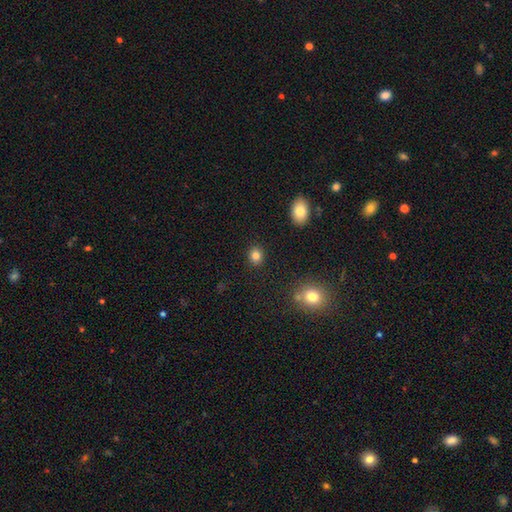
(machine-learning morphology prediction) Smooth or featured? smooth (83%)
How rounded? round (72%)
Merging? none (90%)